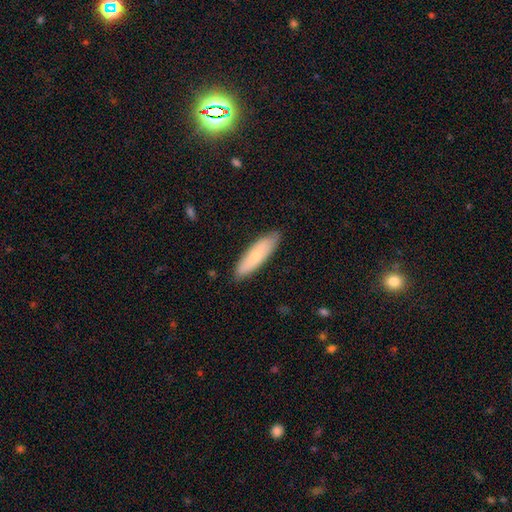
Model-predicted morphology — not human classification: This appears to be a smooth galaxy with no disk features (72%) that is cigar-shaped (67%). Merging: none (87%).